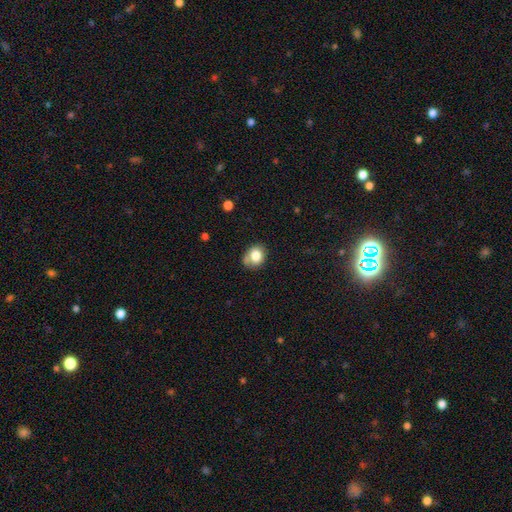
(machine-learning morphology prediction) smooth-or-featured: smooth: 80% | featured or disk: 10% | star or artifact: 10%
  how-rounded: round: 59% | in between: 40% | cigar-shaped: 1%
  merging: none: 61% | minor disturbance: 22% | merger: 11% | major disturbance: 5%